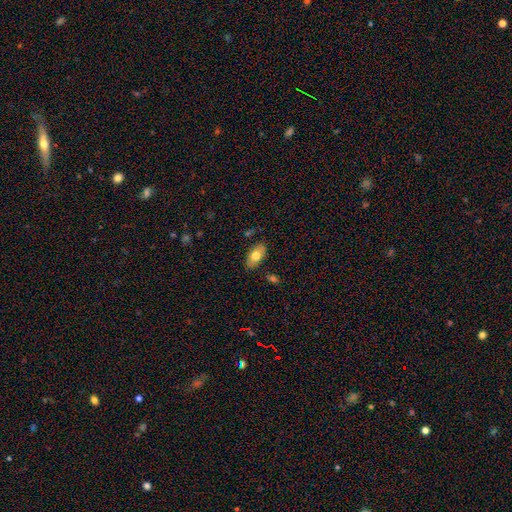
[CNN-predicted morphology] type=smooth (72%); roundness=in between (93%); merging=none (82%).